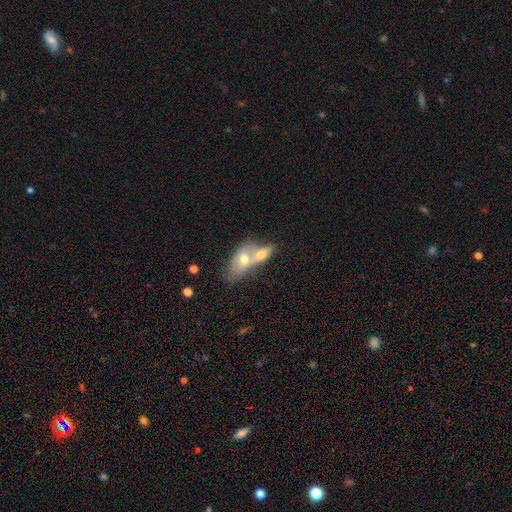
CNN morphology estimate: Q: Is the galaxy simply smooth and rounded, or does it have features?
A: smooth — 57%.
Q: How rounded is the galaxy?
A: in between — 78%.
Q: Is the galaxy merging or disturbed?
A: merger — 74%.